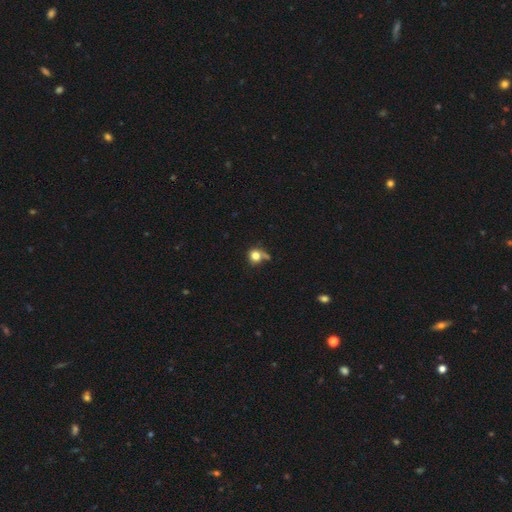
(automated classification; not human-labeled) The model was most divided on "merging": none: 55%, minor disturbance: 19%, merger: 17%, major disturbance: 10%. More confident: how rounded — round (84%); smooth or featured — smooth (79%).